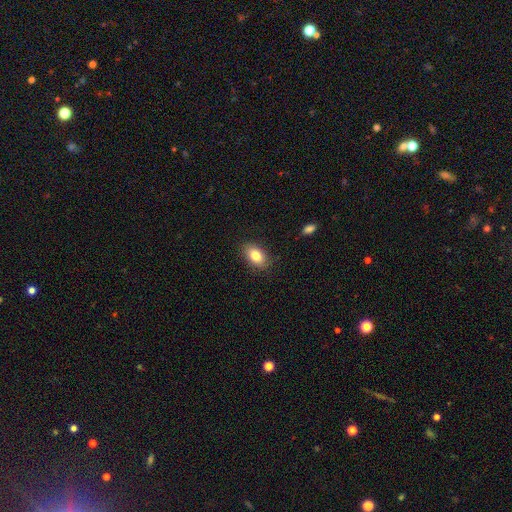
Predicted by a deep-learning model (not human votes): The model was most divided on "smooth or featured": smooth: 81%, featured or disk: 11%, star or artifact: 8%. More confident: how rounded — in between (87%); merging — none (87%).